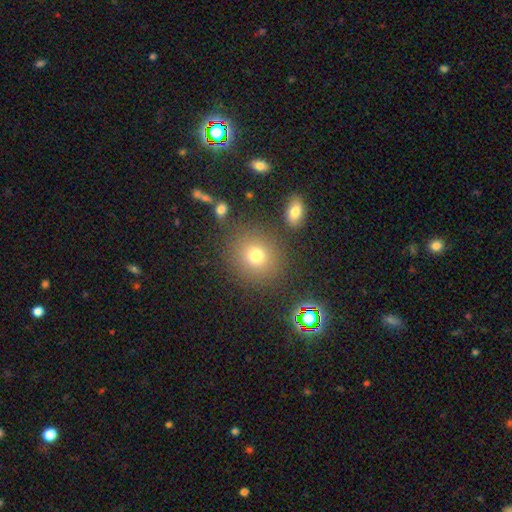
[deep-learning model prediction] This appears to be a smooth galaxy with no disk features (75%) that is round (84%). Merging: none (82%).